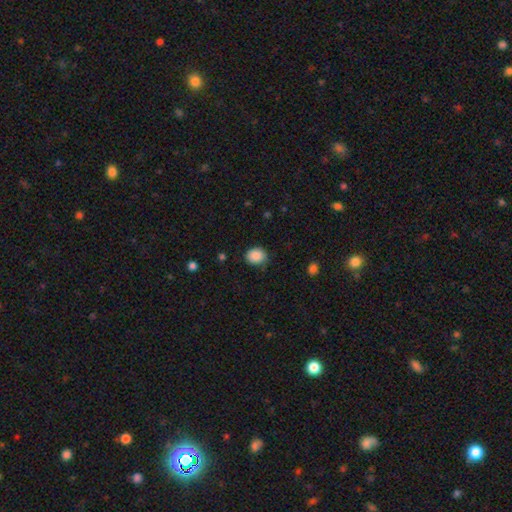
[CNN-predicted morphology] Overall: smooth (88%). How rounded: round (66%; in between 33%). Merging: none (76%).